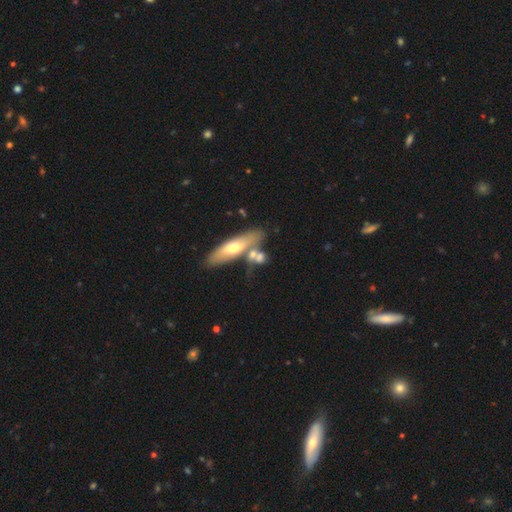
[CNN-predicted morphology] Smooth or featured: smooth — 58% (featured or disk — 34%)
How rounded: in between — 45% (cigar-shaped — 39%)
Merging: none — 46% (merger — 33%)